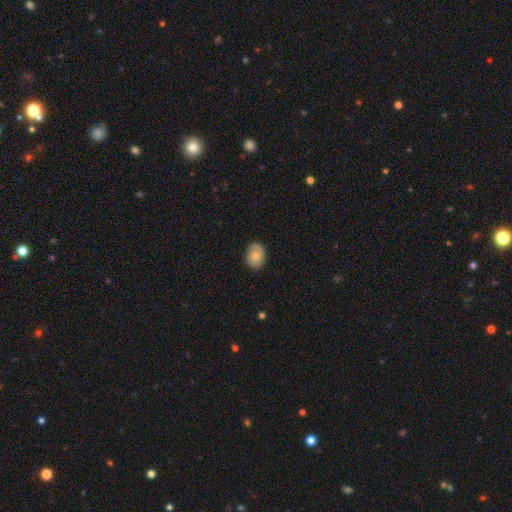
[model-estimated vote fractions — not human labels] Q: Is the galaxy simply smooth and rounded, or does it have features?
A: smooth — 77%.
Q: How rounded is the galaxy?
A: in between — 65%.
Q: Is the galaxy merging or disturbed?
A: none — 82%.